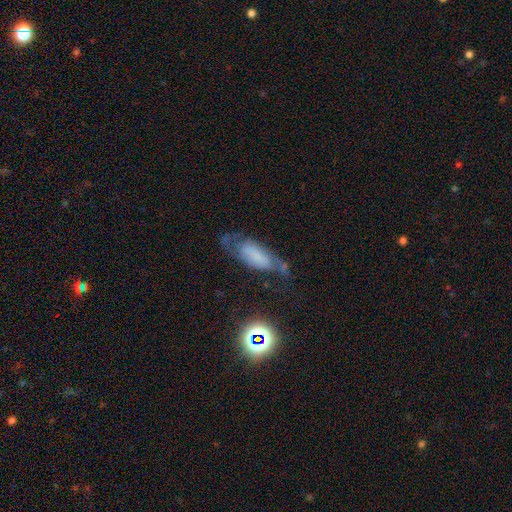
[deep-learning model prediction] The model was most divided on "smooth or featured": featured or disk: 46%, smooth: 38%, star or artifact: 16%. Remaining: merging — none (46%).